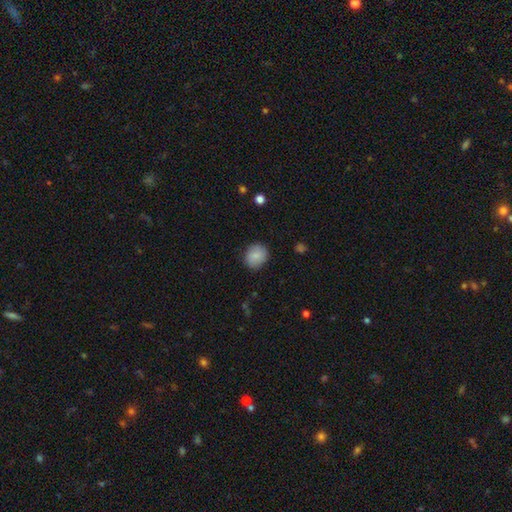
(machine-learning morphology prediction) Overall: smooth (85%). How rounded: round (74%). Merging: none (87%).